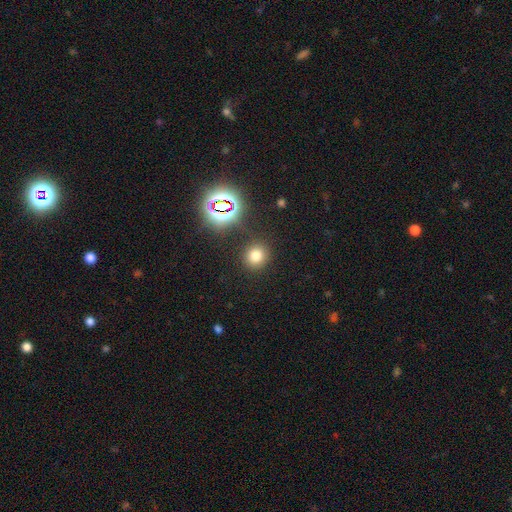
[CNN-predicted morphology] Overall: smooth (73%). How rounded: round (86%). Merging: none (87%).